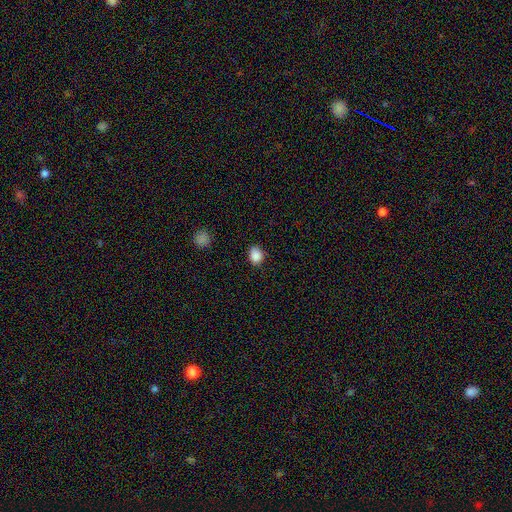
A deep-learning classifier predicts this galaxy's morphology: type=smooth (87%); roundness=round (52%); merging=none (80%).